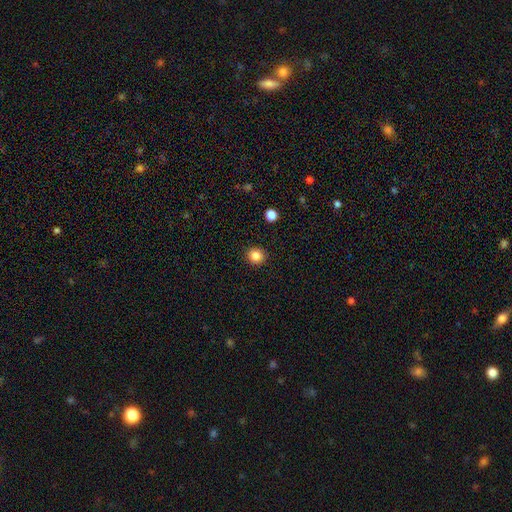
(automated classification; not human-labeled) smooth_or_featured: smooth (p=0.85) [alt: star or artifact p=0.11]
how_rounded: round (p=0.89) [alt: in between p=0.10]
merging: none (p=0.92) [alt: minor disturbance p=0.05]